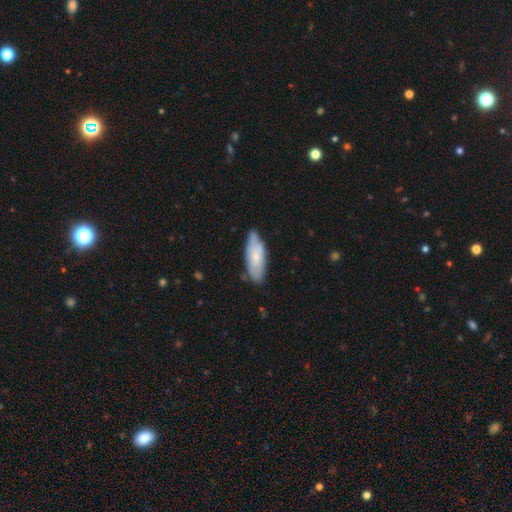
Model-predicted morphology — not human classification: smooth 55%, featured or disk 39%, star or artifact 6%. Down the decision tree: how rounded — in between (69%); merging — none (71%).